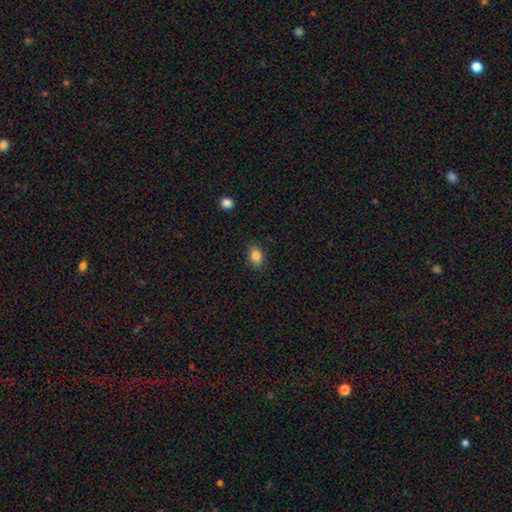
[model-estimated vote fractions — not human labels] A smooth galaxy with no disk features (85%) that is in between round and cigar-shaped (82%). Merging: none (86%).